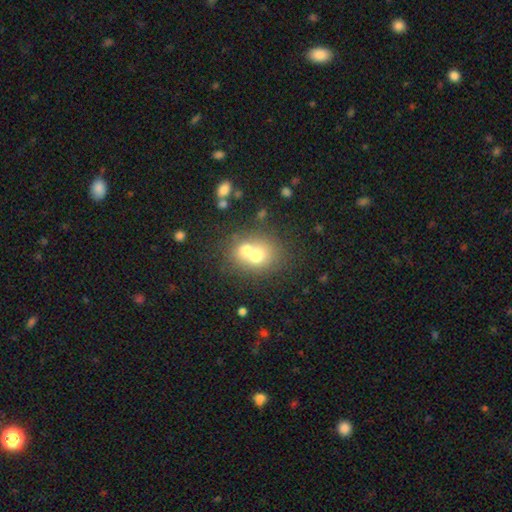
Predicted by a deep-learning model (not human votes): A smooth galaxy with no disk features (65%) that is round (68%). Merging: merger (61%).